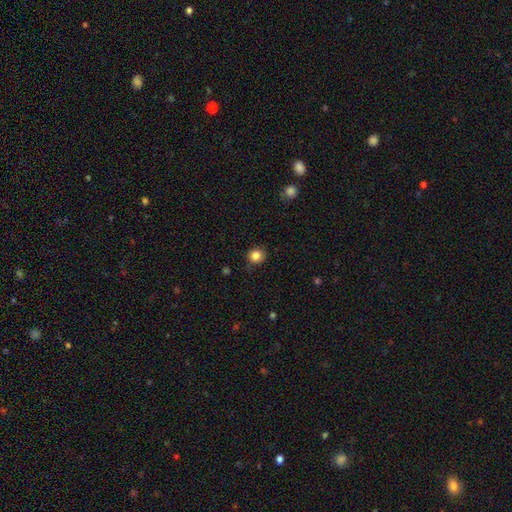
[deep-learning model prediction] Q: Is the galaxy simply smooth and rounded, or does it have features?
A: smooth — 84%.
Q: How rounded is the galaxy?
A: round — 87%.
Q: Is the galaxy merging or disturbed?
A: none — 85%.